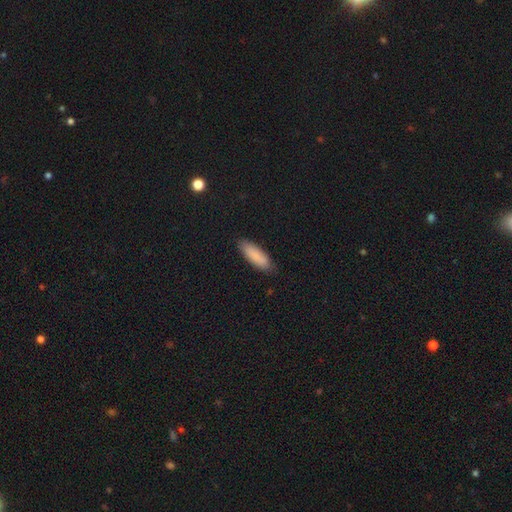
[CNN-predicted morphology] smooth-or-featured: smooth: 88% | featured or disk: 6% | star or artifact: 6%
  how-rounded: in between: 55% | cigar-shaped: 44% | round: 1%
  merging: none: 84% | minor disturbance: 13% | major disturbance: 2% | merger: 1%